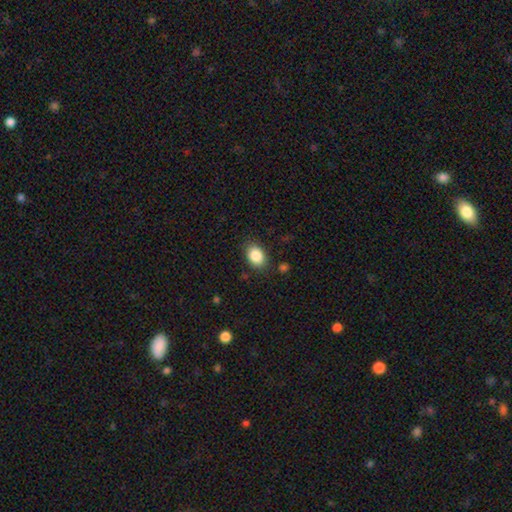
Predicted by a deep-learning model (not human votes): Smooth or featured? smooth (87%)
How rounded? in between (78%)
Merging? none (84%)